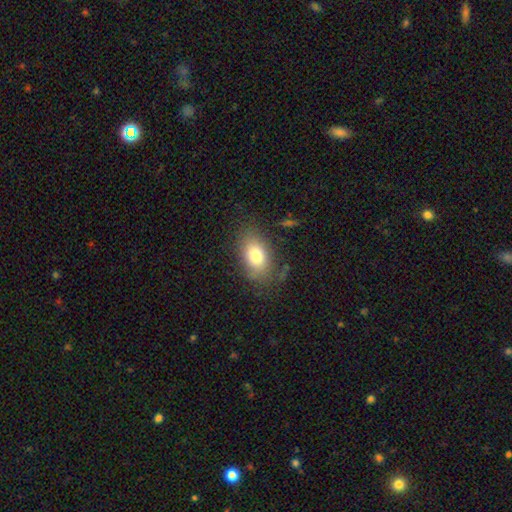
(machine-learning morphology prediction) A smooth galaxy with no disk features (77%) that is in between round and cigar-shaped (86%). Merging: none (75%).